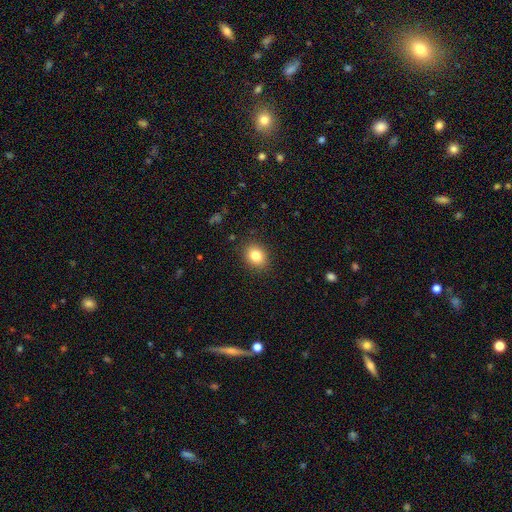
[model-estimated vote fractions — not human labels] smooth 83%, star or artifact 10%, featured or disk 7%. Down the decision tree: how rounded — round (54%); merging — none (88%).